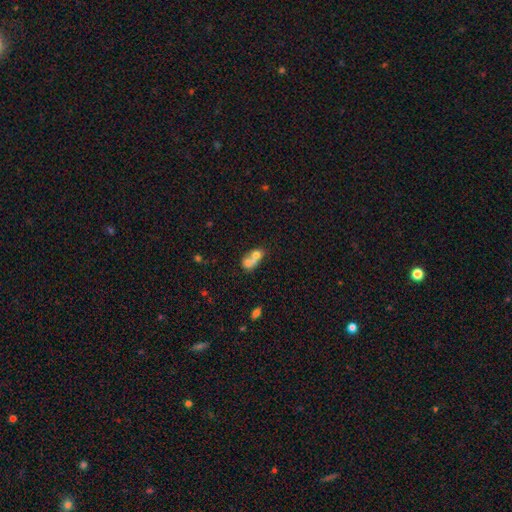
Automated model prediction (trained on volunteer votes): Q: Smooth or featured?
A: smooth (63%); runner-up: featured or disk (26%)
Q: How rounded?
A: round (53%); runner-up: in between (45%)
Q: Merging?
A: merger (71%); runner-up: none (19%)